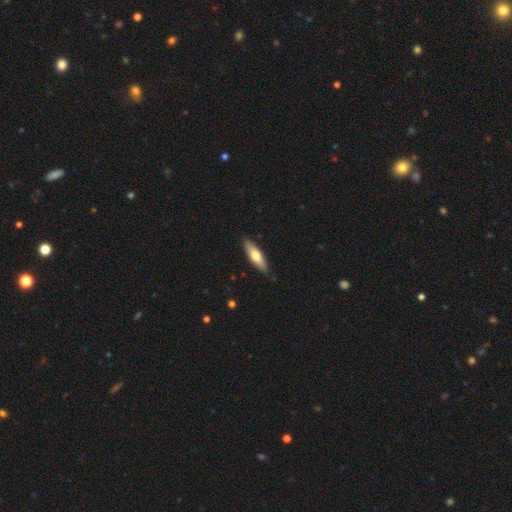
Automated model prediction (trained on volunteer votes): Overall: smooth (59%; featured or disk 36%). How rounded: cigar-shaped (57%; in between 41%). Merging: none (88%).